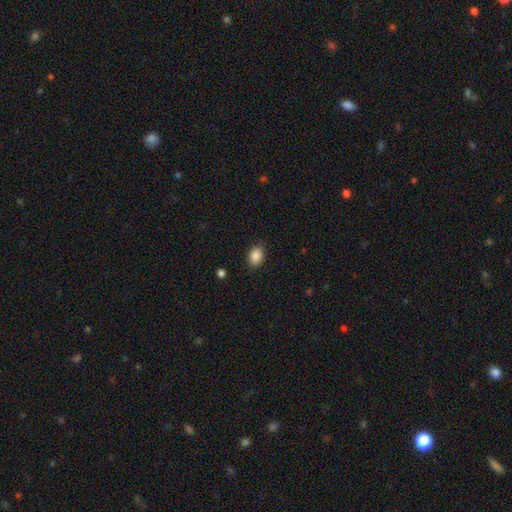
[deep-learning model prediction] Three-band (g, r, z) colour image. It shows a smooth galaxy with no disk features (89%) that is in between round and cigar-shaped (77%). Merging: none (87%).